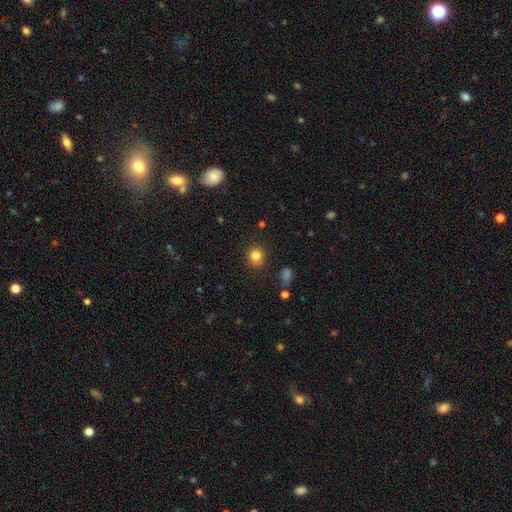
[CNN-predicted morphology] Smooth or featured: smooth — 82% (star or artifact — 12%)
How rounded: round — 82% (in between — 17%)
Merging: none — 84% (minor disturbance — 11%)